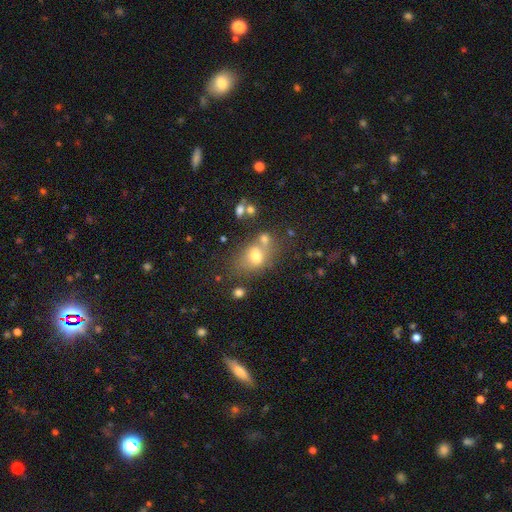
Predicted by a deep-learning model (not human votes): Overall: smooth (69%). How rounded: in between (60%; round 38%). Merging: none (47%; merger 29%).